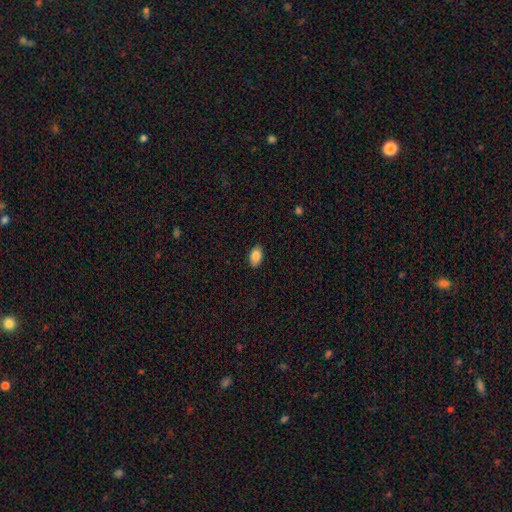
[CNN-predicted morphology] Q: Smooth or featured?
A: smooth (86%); runner-up: star or artifact (7%)
Q: How rounded?
A: in between (93%); runner-up: round (6%)
Q: Merging?
A: none (88%); runner-up: minor disturbance (9%)